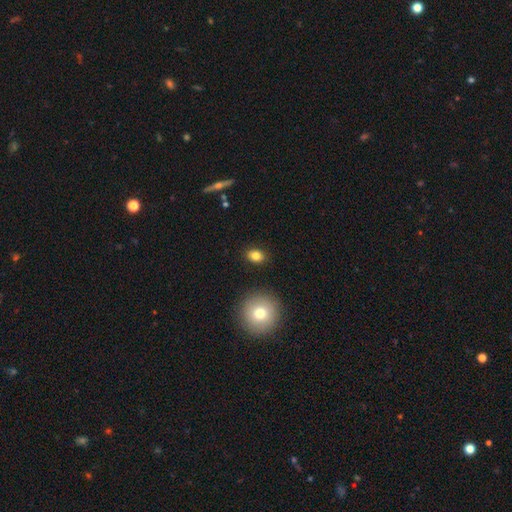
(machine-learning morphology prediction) This is clearly a smooth galaxy (81%). How rounded: likely in between (65%). Merging: clearly none (88%).